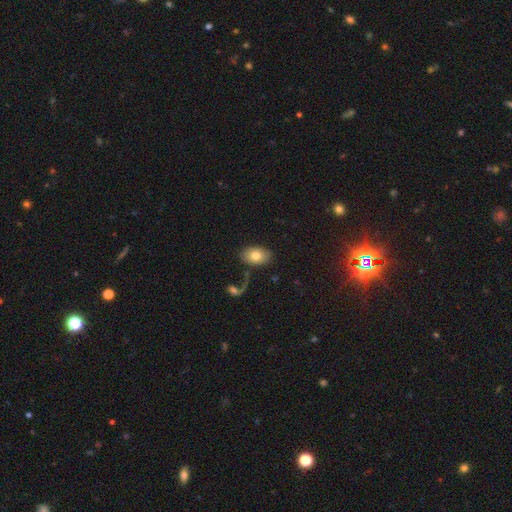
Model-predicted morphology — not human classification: Overall: smooth (77%). How rounded: in between (88%). Merging: none (76%).